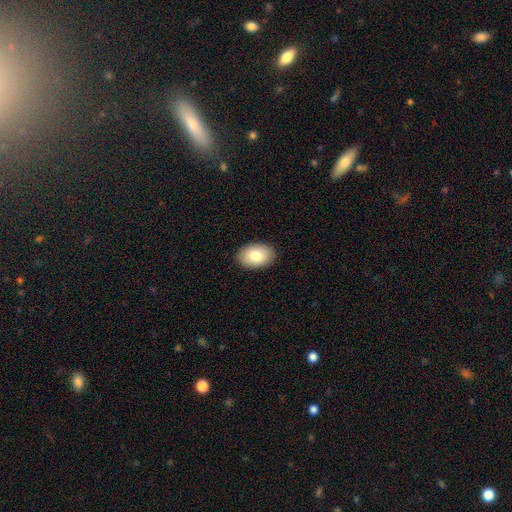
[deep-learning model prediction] Smooth or featured: smooth — 83% (featured or disk — 10%)
How rounded: in between — 88% (round — 11%)
Merging: none — 89% (minor disturbance — 8%)